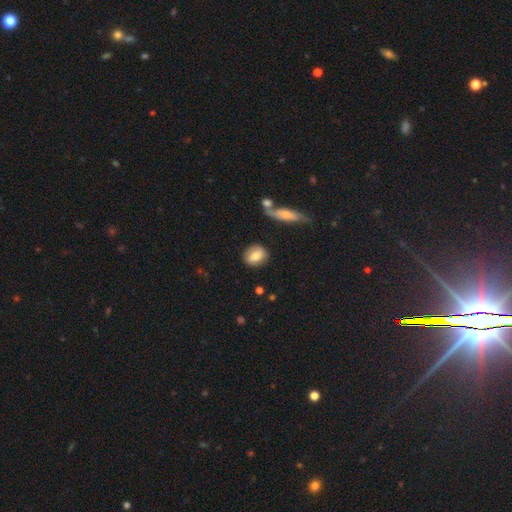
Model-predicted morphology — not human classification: smooth-or-featured: smooth: 74% | featured or disk: 19% | star or artifact: 7%
  how-rounded: round: 63% | in between: 34% | cigar-shaped: 3%
  merging: none: 83% | minor disturbance: 11% | merger: 3% | major disturbance: 3%